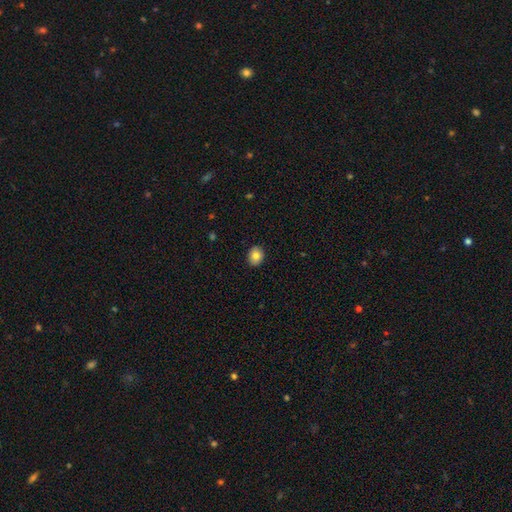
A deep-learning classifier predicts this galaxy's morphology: smooth_or_featured: smooth (p=0.81) [alt: featured or disk p=0.11]
how_rounded: in between (p=0.51) [alt: round p=0.48]
merging: none (p=0.90) [alt: minor disturbance p=0.07]